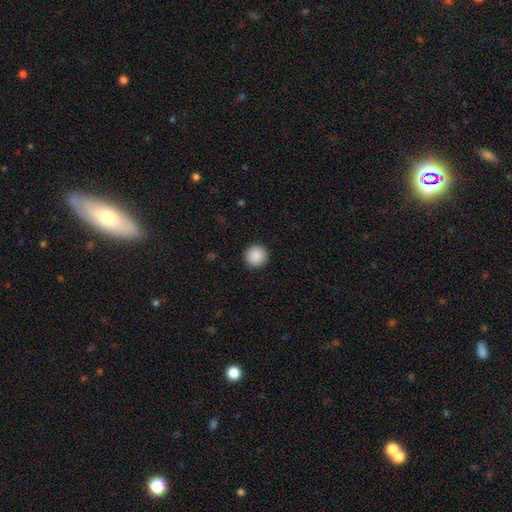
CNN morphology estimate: The model was most divided on "smooth or featured": smooth: 89%, star or artifact: 8%, featured or disk: 3%. More confident: how rounded — round (96%); merging — none (93%).